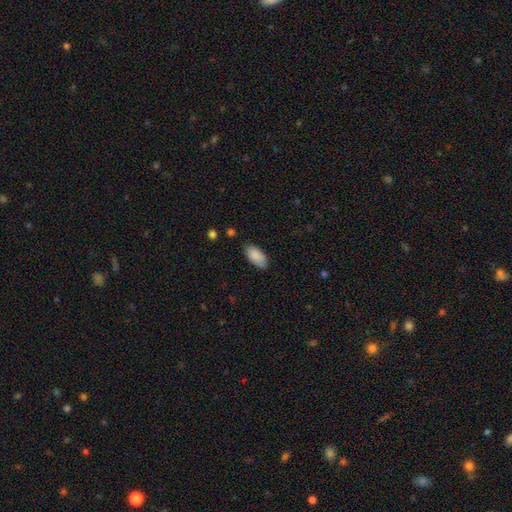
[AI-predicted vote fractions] Smooth or featured? smooth (89%)
How rounded? in between (92%)
Merging? none (81%)